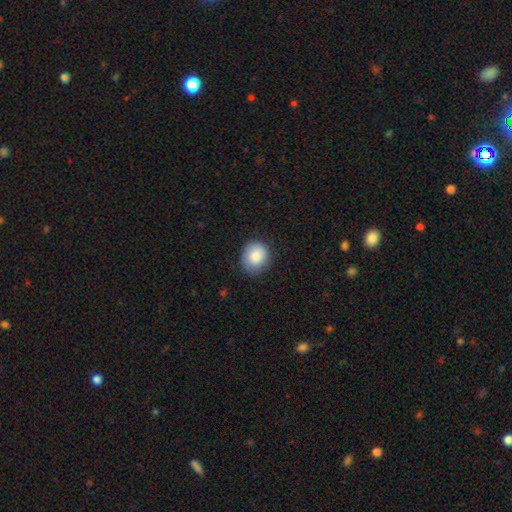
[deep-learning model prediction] Smooth or featured? smooth (86%)
How rounded? round (74%)
Merging? none (83%)